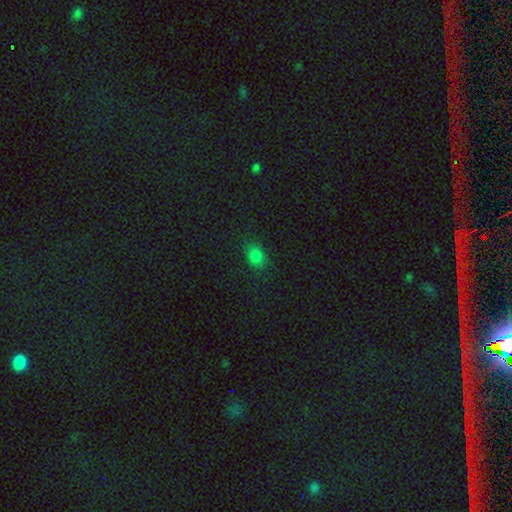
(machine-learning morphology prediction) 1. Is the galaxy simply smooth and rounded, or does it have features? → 81% smooth, 15% star or artifact, 4% featured or disk.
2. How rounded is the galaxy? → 62% in between, 36% round, 1% cigar-shaped.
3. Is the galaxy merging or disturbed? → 83% none, 13% minor disturbance, 4% major disturbance, 1% merger.